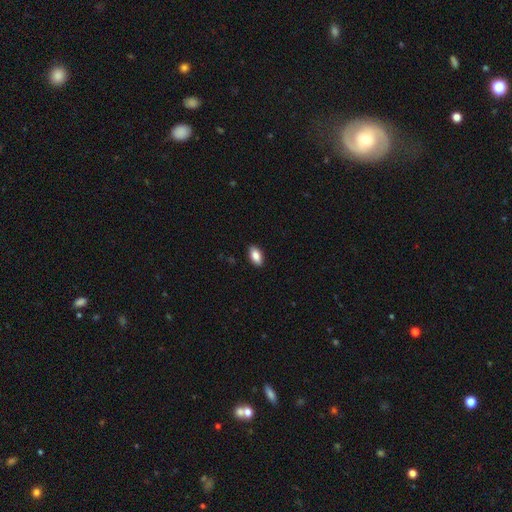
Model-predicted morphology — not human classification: The model was most divided on "smooth or featured": smooth: 86%, featured or disk: 7%, star or artifact: 7%. More confident: how rounded — in between (91%); merging — none (89%).